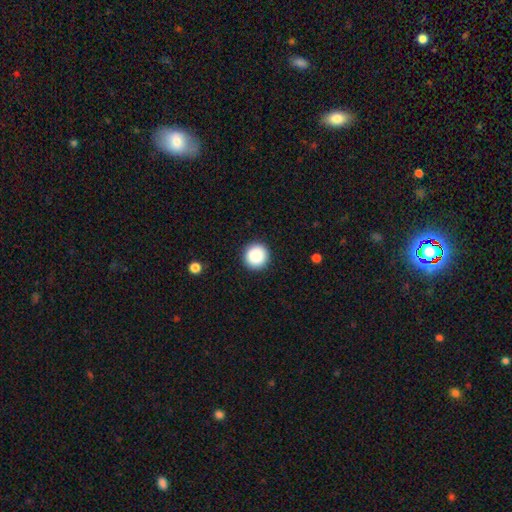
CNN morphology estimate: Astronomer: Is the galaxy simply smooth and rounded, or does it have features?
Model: smooth — 87%.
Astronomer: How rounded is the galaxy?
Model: round — 95%.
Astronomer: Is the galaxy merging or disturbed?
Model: none — 92%.